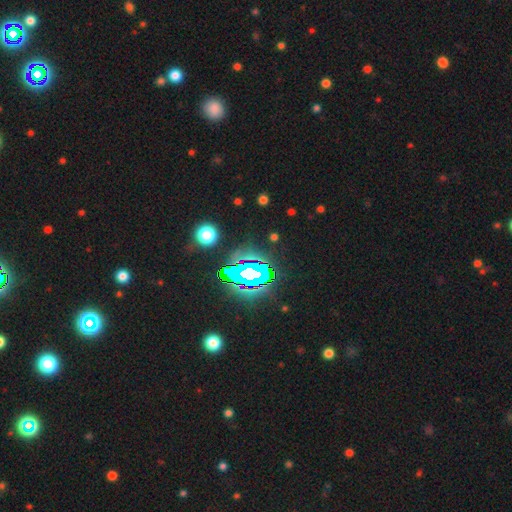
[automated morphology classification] Q: Smooth or featured?
A: star or artifact (83%); runner-up: smooth (10%)